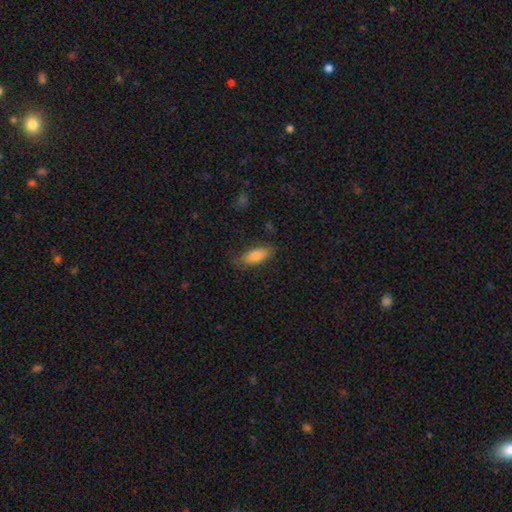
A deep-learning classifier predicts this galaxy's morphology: Overall: smooth (81%). How rounded: in between (71%). Merging: none (79%).